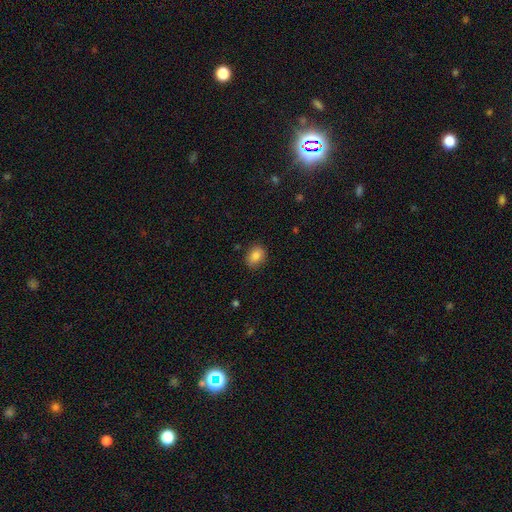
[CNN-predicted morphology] smooth_or_featured: smooth (p=0.83) [alt: star or artifact p=0.09]
how_rounded: in between (p=0.58) [alt: round p=0.40]
merging: none (p=0.85) [alt: minor disturbance p=0.12]